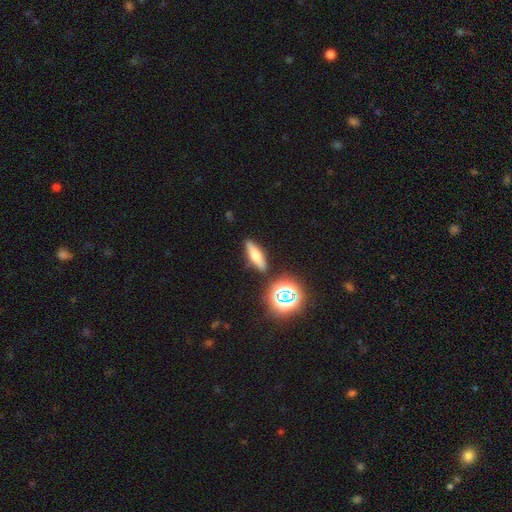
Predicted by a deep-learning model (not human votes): The model was most divided on "how rounded": cigar-shaped: 56%, in between: 36%, round: 7%. More confident: merging — none (84%); smooth or featured — smooth (61%).